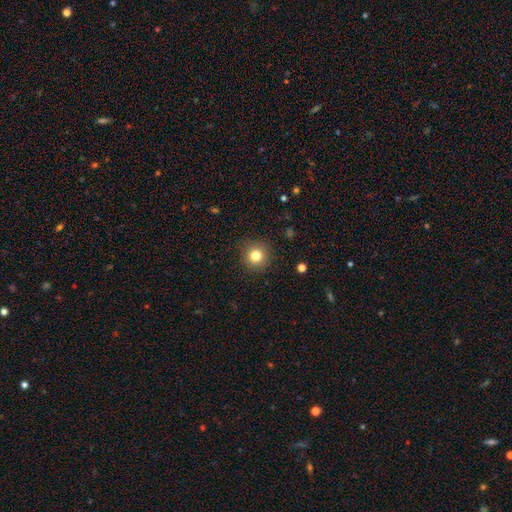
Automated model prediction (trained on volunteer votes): The model was most divided on "smooth or featured": smooth: 80%, star or artifact: 13%, featured or disk: 7%. More confident: how rounded — round (93%); merging — none (90%).